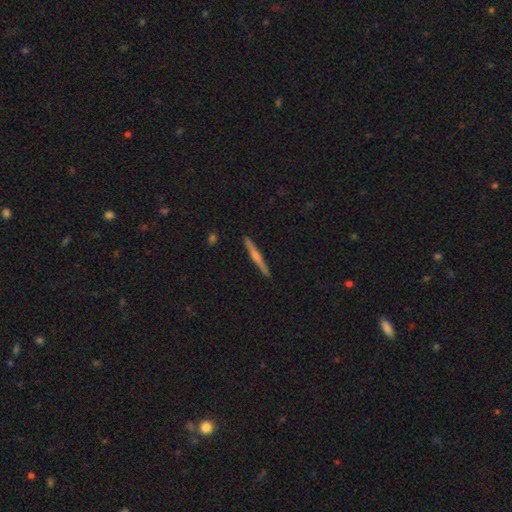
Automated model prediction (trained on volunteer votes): smooth-or-featured: featured or disk: 68% | smooth: 26% | star or artifact: 6%
  disk-edge-on: yes: 98% | no: 2%
    edge-on-bulge: rounded: 81% | none: 15% | boxy: 5%
  merging: none: 92% | minor disturbance: 6% | major disturbance: 1% | merger: 1%